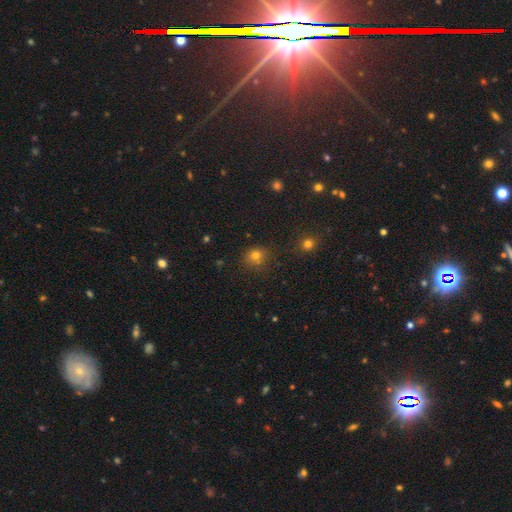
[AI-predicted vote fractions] smooth_or_featured: smooth (p=0.73) [alt: star or artifact p=0.20]
how_rounded: round (p=0.80) [alt: in between p=0.19]
merging: none (p=0.76) [alt: minor disturbance p=0.12]